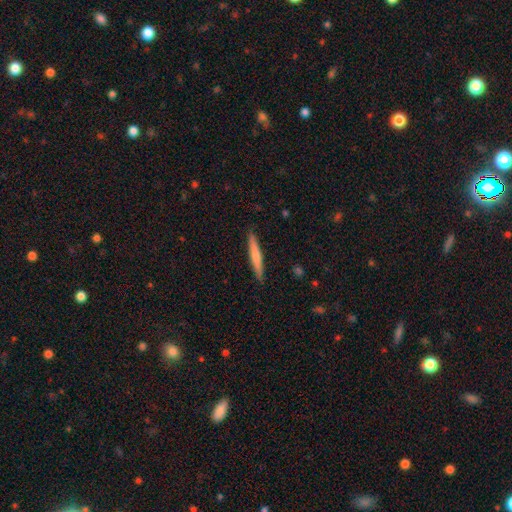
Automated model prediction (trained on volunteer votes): Smooth or featured? smooth (66%)
How rounded? cigar-shaped (96%)
Merging? none (91%)